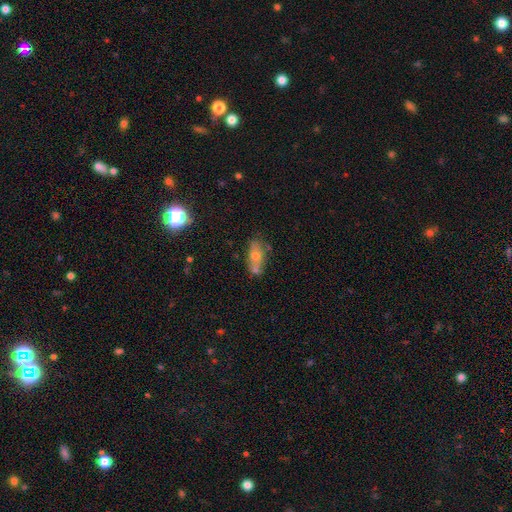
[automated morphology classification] A smooth galaxy with no disk features (57%) that is in between round and cigar-shaped (76%). Merging: none (53%).